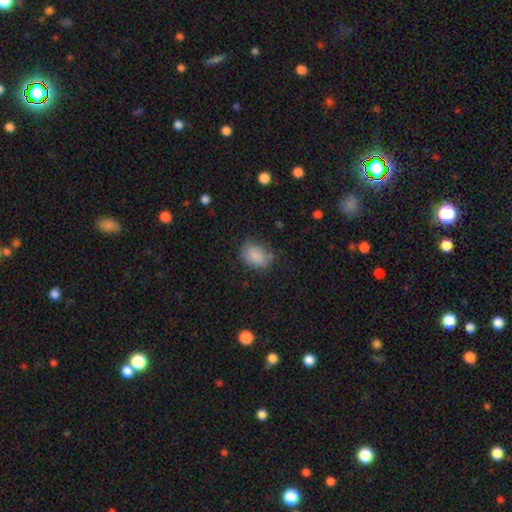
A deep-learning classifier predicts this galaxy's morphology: Overall: smooth (84%). How rounded: in between (76%). Merging: none (66%).